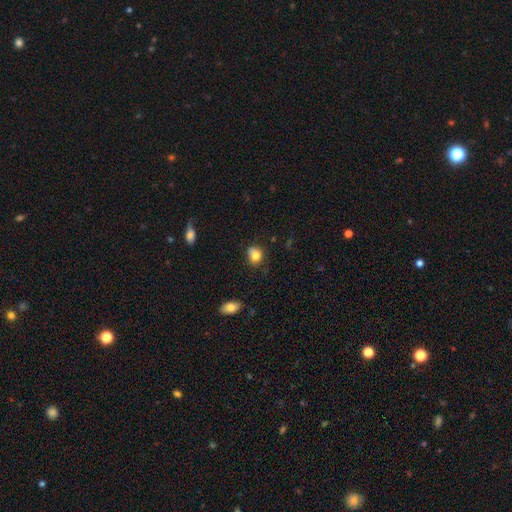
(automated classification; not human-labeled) Smooth or featured: smooth — 80% (star or artifact — 11%)
How rounded: round — 62% (in between — 37%)
Merging: none — 61% (minor disturbance — 27%)